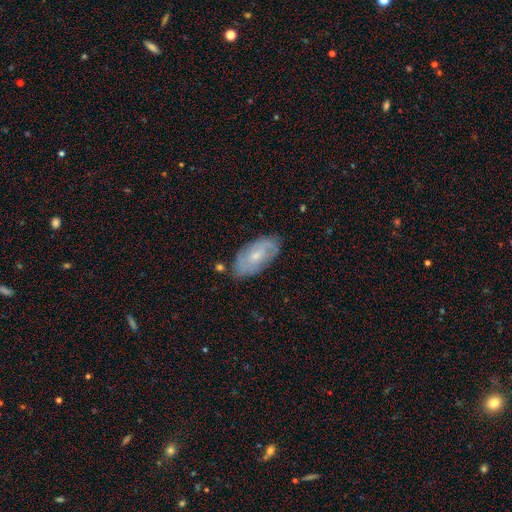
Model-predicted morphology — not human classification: smooth-or-featured: featured or disk: 52% | smooth: 40% | star or artifact: 7%
  disk-edge-on: no: 91% | yes: 9%
  merging: none: 75% | minor disturbance: 19% | major disturbance: 4% | merger: 3%